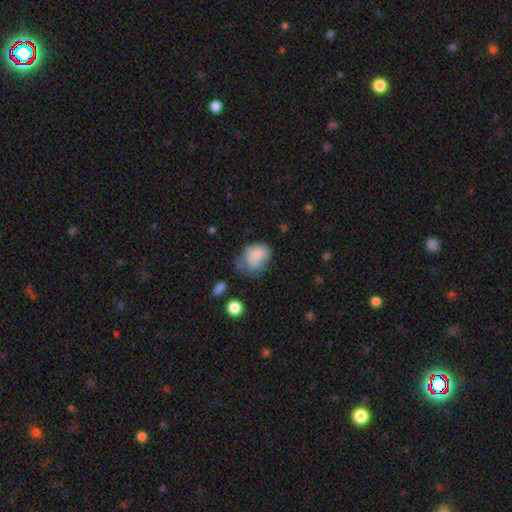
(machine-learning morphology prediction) Q: Smooth or featured?
A: smooth (77%); runner-up: featured or disk (14%)
Q: How rounded?
A: in between (57%); runner-up: round (42%)
Q: Merging?
A: minor disturbance (35%); runner-up: none (33%)